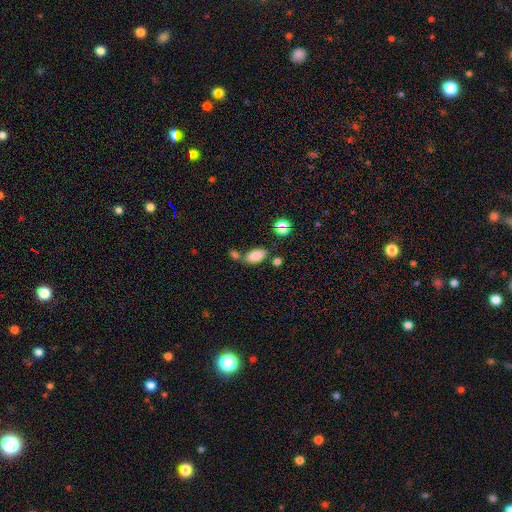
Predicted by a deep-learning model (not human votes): smooth_or_featured: smooth (p=0.83) [alt: star or artifact p=0.09]
how_rounded: in between (p=0.93) [alt: round p=0.04]
merging: none (p=0.63) [alt: merger p=0.18]